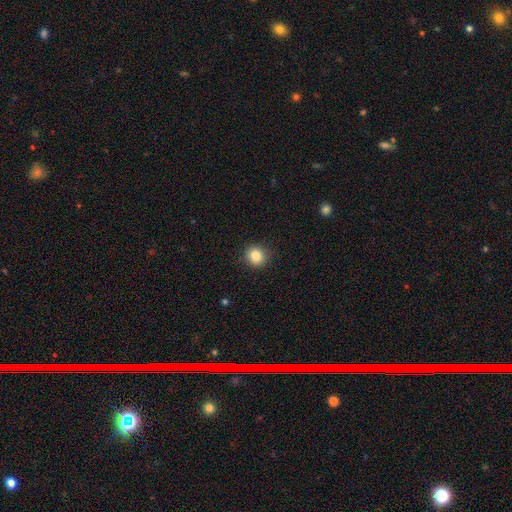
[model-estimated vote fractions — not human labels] The model was most divided on "smooth or featured": smooth: 84%, star or artifact: 11%, featured or disk: 6%. More confident: merging — none (90%); how rounded — round (90%).